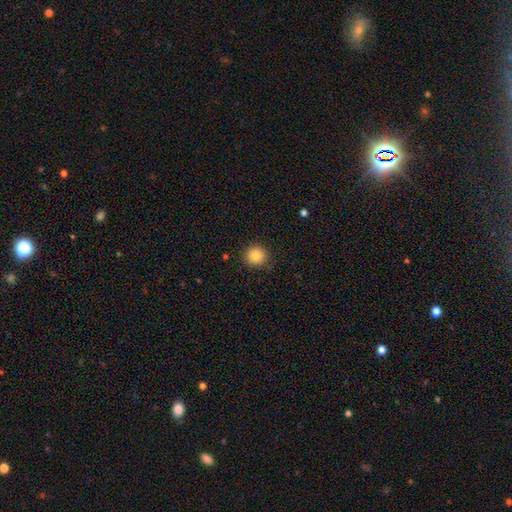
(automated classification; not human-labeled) Smooth or featured: smooth — 85% (star or artifact — 10%)
How rounded: round — 91% (in between — 8%)
Merging: none — 87% (minor disturbance — 9%)